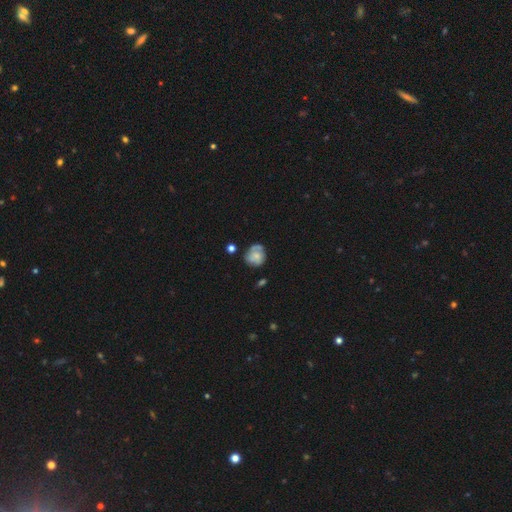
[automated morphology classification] type=smooth (54%); roundness=round (75%); merging=none (52%).